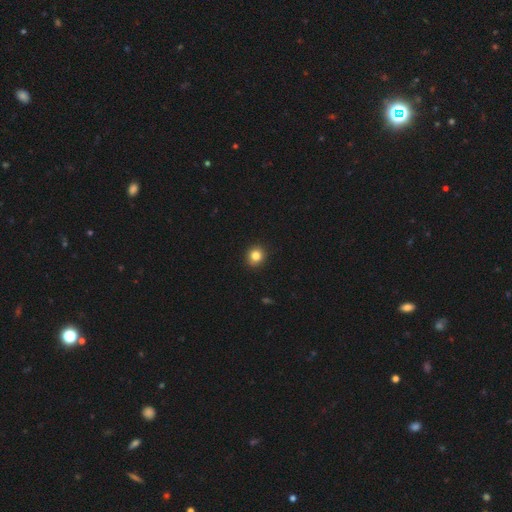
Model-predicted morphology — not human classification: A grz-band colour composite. It shows a smooth galaxy with no disk features (84%) that is round (85%). Merging: none (91%).